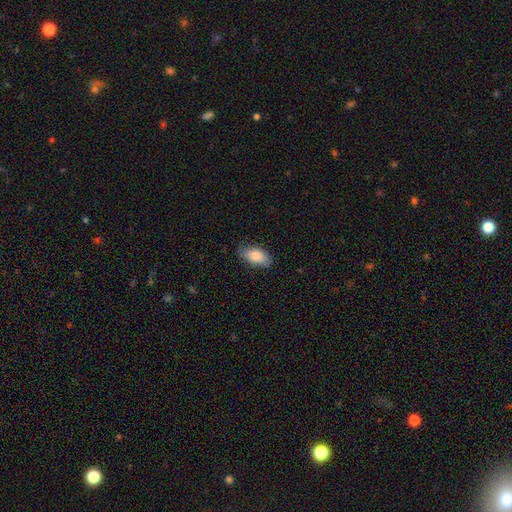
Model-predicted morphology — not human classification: Smooth or featured: smooth — 83% (featured or disk — 11%)
How rounded: in between — 91% (cigar-shaped — 6%)
Merging: none — 80% (minor disturbance — 16%)